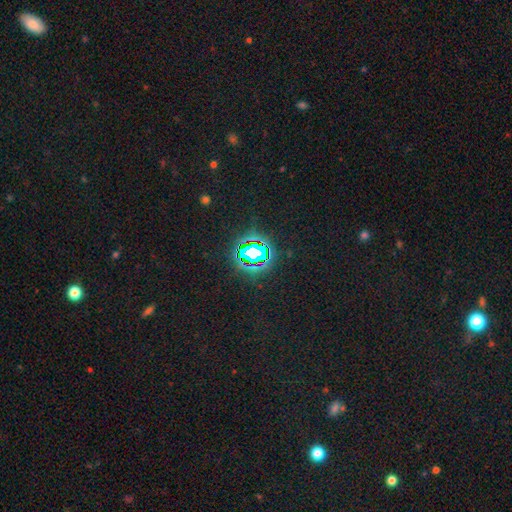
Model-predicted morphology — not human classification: A star or artifact, not a galaxy (77%).

Vote fractions:
- Smooth or featured? star or artifact: 77% / smooth: 13% / featured or disk: 10%